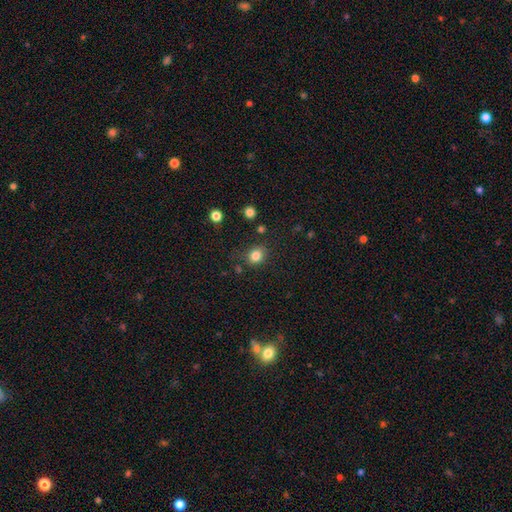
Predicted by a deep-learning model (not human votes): Overall: smooth (83%). How rounded: round (63%; in between 36%). Merging: none (79%).